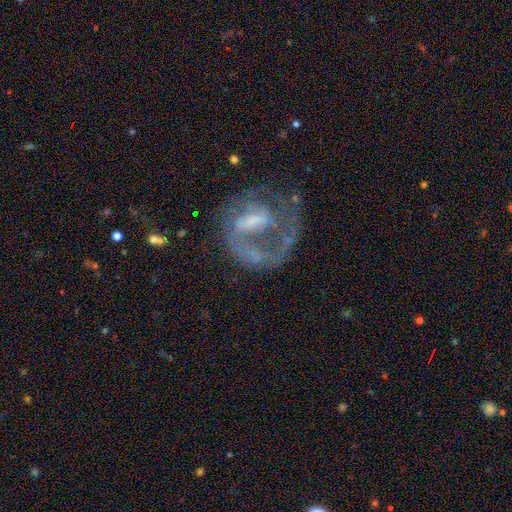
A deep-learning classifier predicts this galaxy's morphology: Smooth or featured? Predicted: featured or disk (p=0.75). Edge-on disk? Predicted: no (p=0.97). Bar? Predicted: weak (p=0.44). Spiral arms? Predicted: yes (p=0.75). Spiral winding? Predicted: medium (p=0.37, tied with tight). Spiral arm count? Predicted: 1 (p=0.67). Bulge size? Predicted: small (p=0.31, tied with moderate). Merging? Predicted: none (p=0.43).